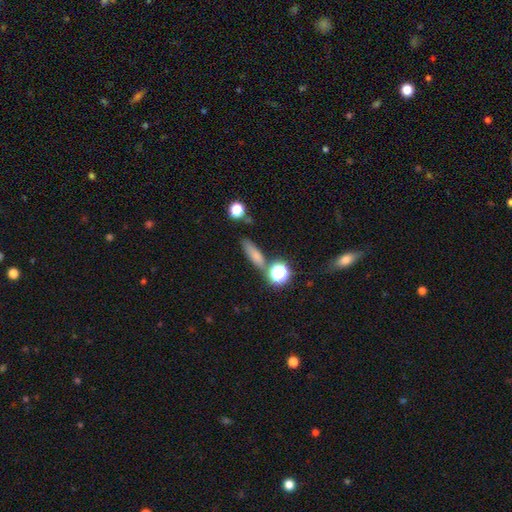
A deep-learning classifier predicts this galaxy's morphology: This appears to be a smooth galaxy with no disk features (70%) that is cigar-shaped (57%). Merging: none (70%).